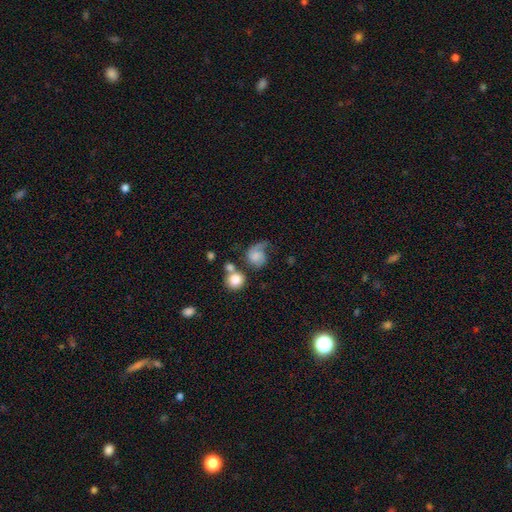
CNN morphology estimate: featured or disk 49%, smooth 39%, star or artifact 12%. Down the decision tree: merging — none (36%).